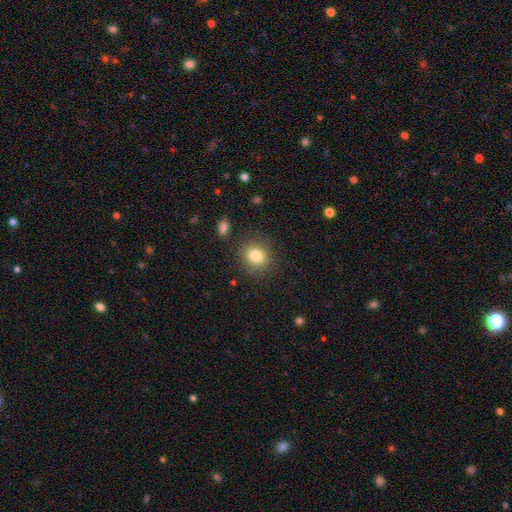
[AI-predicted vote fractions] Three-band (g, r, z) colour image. It shows a smooth galaxy with no disk features (83%) that is round (73%). Merging: none (84%).